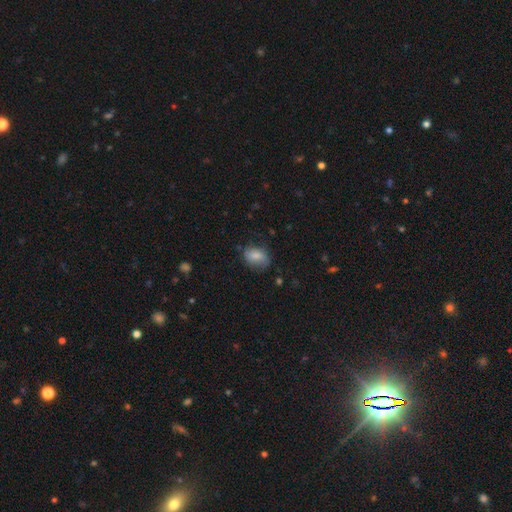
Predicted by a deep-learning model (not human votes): Morphology: type=smooth (74%); roundness=in between (75%); merging=none (64%).